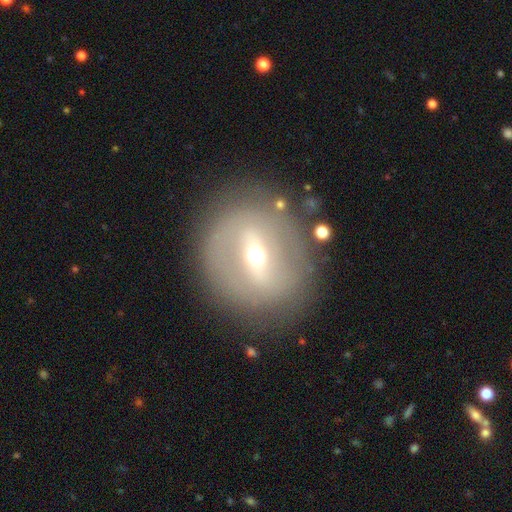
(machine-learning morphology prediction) Smooth or featured: featured or disk — 67% (smooth — 24%)
Edge-on disk: no — 88% (yes — 12%)
Bar: strong — 50% (weak — 37%)
Spiral arms: no — 61% (yes — 39%)
Bulge size: moderate — 58% (small — 36%)
Merging: none — 83% (minor disturbance — 10%)